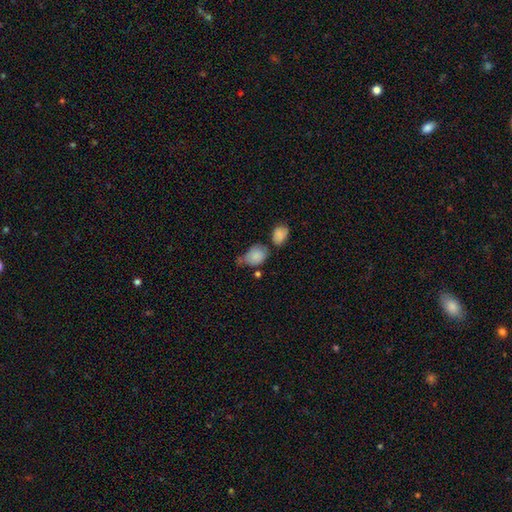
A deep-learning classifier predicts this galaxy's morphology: This is clearly a smooth galaxy (84%). How rounded: likely in between (69%). Merging: marginally none (35%).